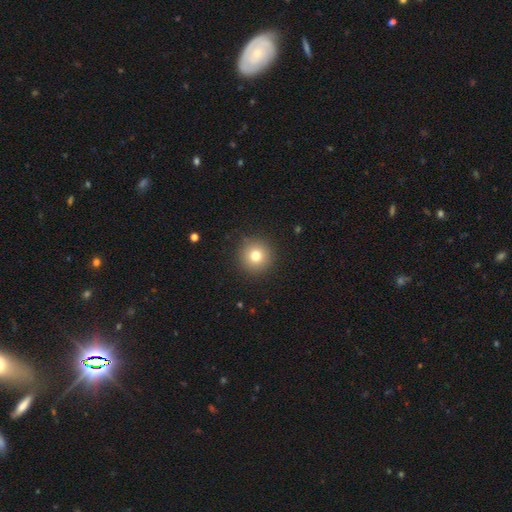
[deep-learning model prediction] This is likely a smooth galaxy (77%). How rounded: clearly round (96%). Merging: clearly none (91%).